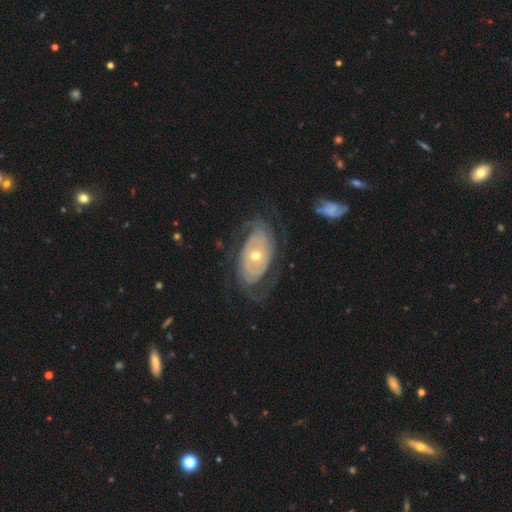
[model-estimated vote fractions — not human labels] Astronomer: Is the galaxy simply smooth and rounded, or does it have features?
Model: featured or disk — 81%.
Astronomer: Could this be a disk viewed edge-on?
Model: no — 94%.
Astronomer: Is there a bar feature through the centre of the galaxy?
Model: no — 78%.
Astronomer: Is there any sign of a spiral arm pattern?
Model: yes — 81%.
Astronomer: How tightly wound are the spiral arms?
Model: tight — 59%.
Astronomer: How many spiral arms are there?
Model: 2 — 41% (runner-up: can't tell, 36%).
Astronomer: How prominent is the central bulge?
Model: moderate — 55% (runner-up: small, 41%).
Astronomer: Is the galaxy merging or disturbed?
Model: none — 65%.